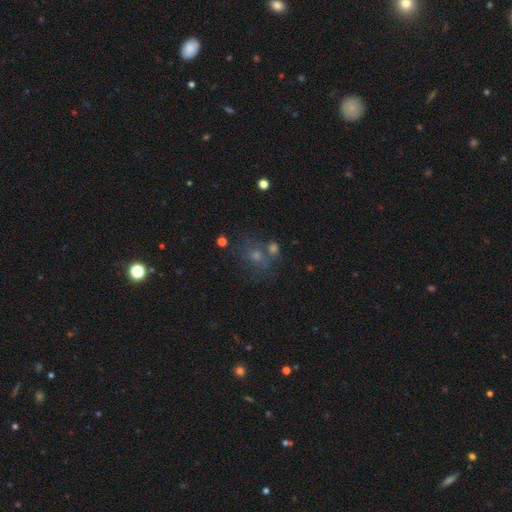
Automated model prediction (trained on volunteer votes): smooth 43%, star or artifact 33%, featured or disk 24%. Down the decision tree: merging — none (55%).